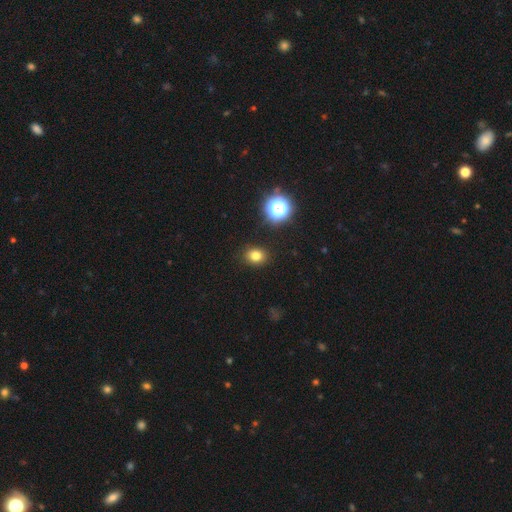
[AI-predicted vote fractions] smooth 78%, star or artifact 16%, featured or disk 6%. Down the decision tree: how rounded — round (57%); merging — none (90%).